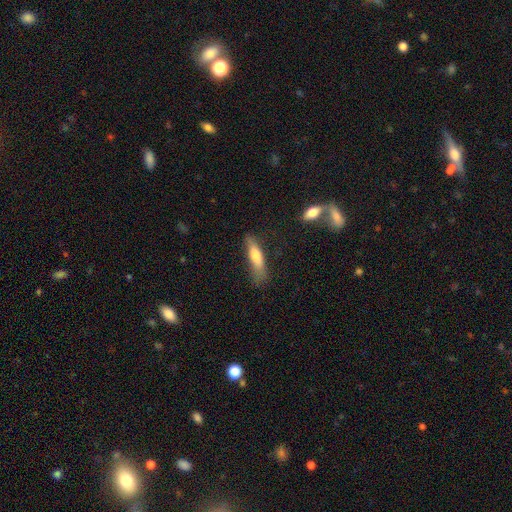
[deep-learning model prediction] smooth_or_featured: smooth (p=0.69) [alt: featured or disk p=0.25]
how_rounded: cigar-shaped (p=0.71) [alt: in between p=0.27]
merging: none (p=0.62) [alt: minor disturbance p=0.25]